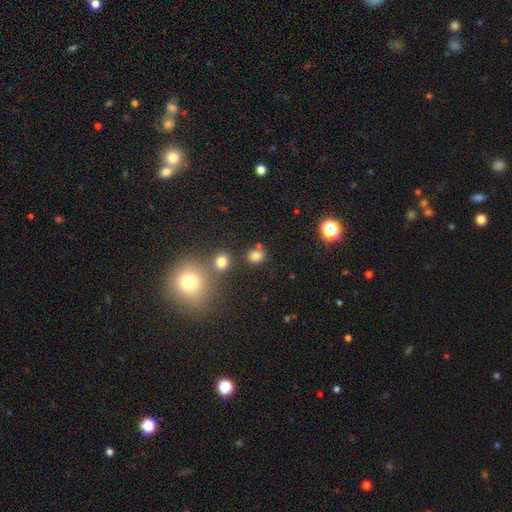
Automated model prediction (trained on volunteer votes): Smooth or featured? Predicted: smooth (p=0.77). How rounded? Predicted: round (p=0.63). Merging? Predicted: none (p=0.73).